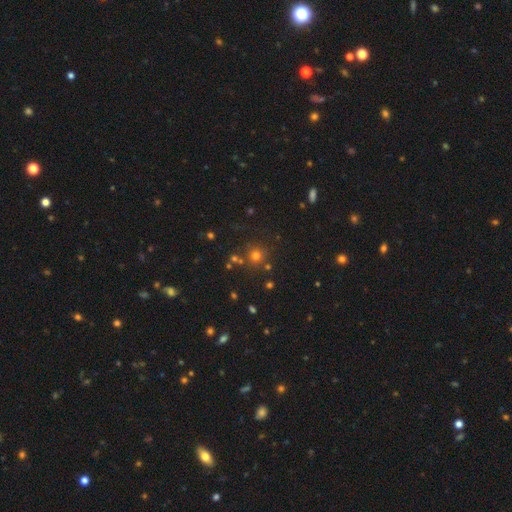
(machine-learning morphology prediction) Smooth or featured?
  - smooth: 67% *
  - star or artifact: 24%
  - featured or disk: 8%
How rounded?
  - round: 92% *
  - in between: 7%
  - cigar-shaped: 1%
Merging?
  - none: 79% *
  - minor disturbance: 9%
  - merger: 9%
  - major disturbance: 3%